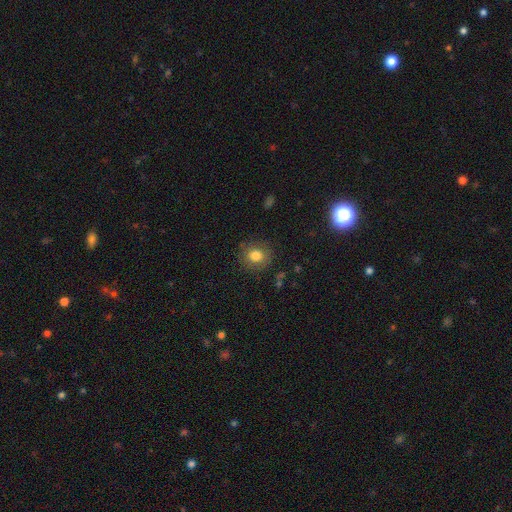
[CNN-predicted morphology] Smooth or featured: smooth — 80% (star or artifact — 11%)
How rounded: round — 83% (in between — 16%)
Merging: none — 85% (minor disturbance — 10%)